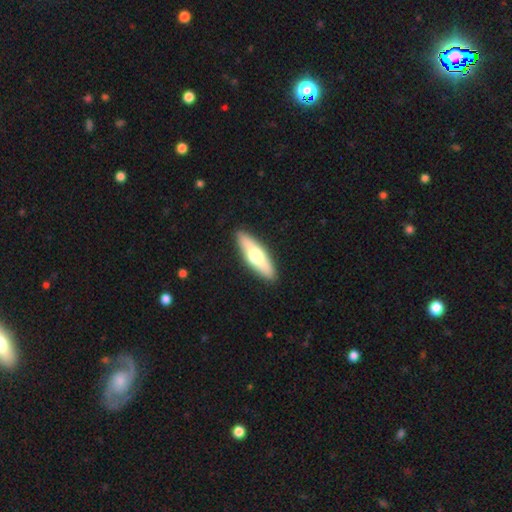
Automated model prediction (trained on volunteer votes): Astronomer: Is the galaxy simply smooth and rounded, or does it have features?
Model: smooth — 54% (runner-up: featured or disk, 41%).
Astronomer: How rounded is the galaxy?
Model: cigar-shaped — 56% (runner-up: in between, 42%).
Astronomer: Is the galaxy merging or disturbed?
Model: none — 90%.